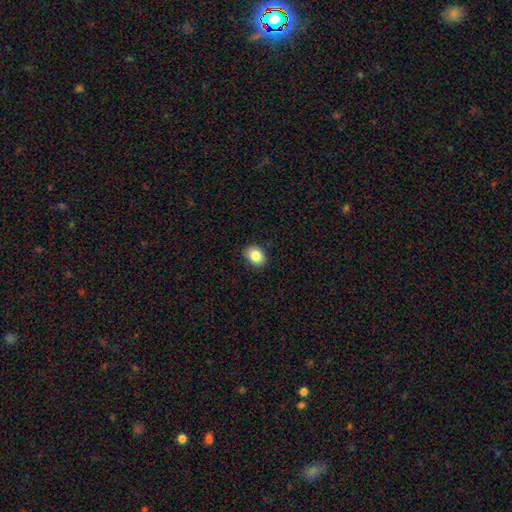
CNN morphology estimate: A smooth galaxy with no disk features (85%) that is in between round and cigar-shaped (60%). Merging: none (87%).